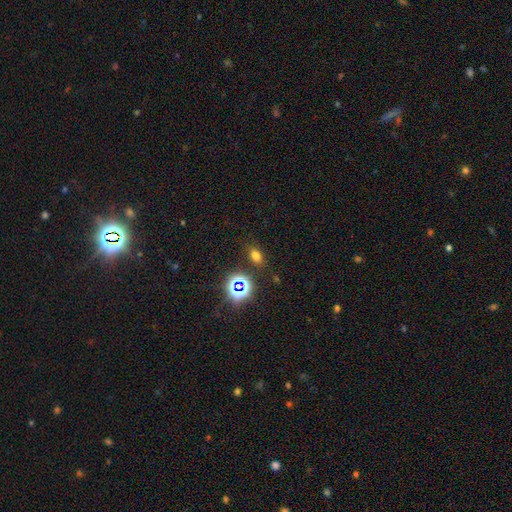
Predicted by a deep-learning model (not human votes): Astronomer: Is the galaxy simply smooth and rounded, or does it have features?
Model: smooth — 65%.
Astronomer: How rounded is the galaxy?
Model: in between — 78%.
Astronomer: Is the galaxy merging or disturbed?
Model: none — 82%.